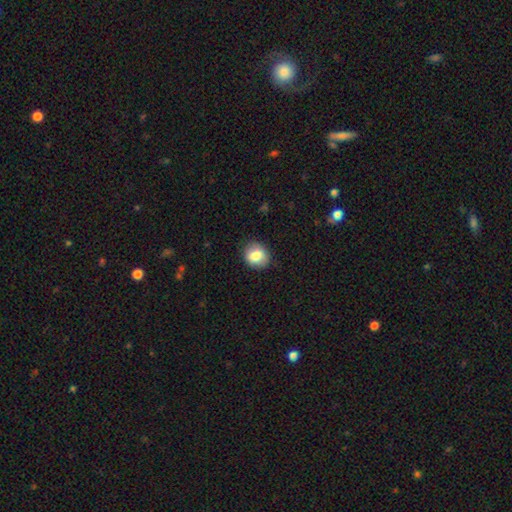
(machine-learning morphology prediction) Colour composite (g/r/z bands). It shows a smooth galaxy with no disk features (83%) that is round (70%). Merging: none (86%).